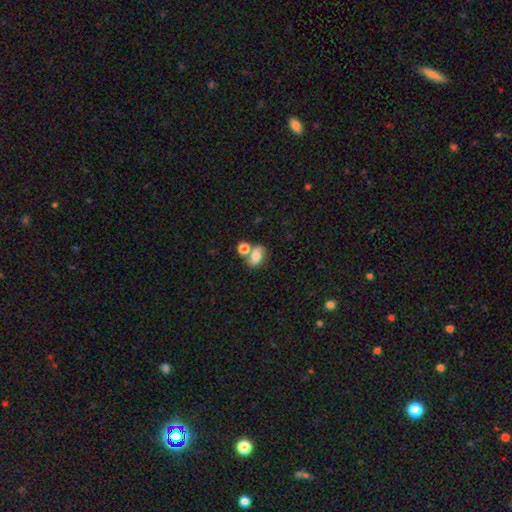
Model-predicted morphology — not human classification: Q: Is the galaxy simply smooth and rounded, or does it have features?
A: smooth — 64%.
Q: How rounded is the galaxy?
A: in between — 72%.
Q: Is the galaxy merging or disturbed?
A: none — 42%.